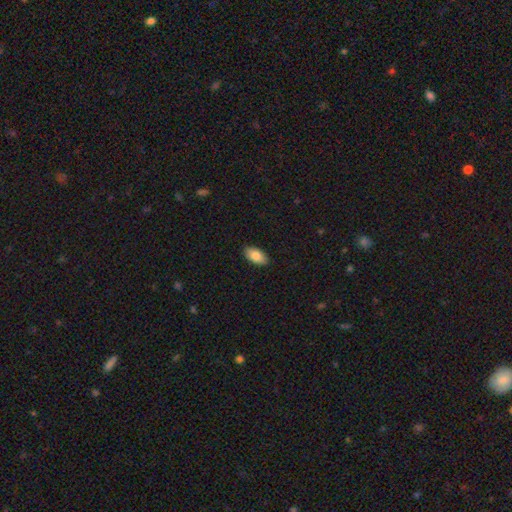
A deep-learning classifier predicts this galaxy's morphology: Smooth or featured? smooth (85%)
How rounded? in between (94%)
Merging? none (89%)